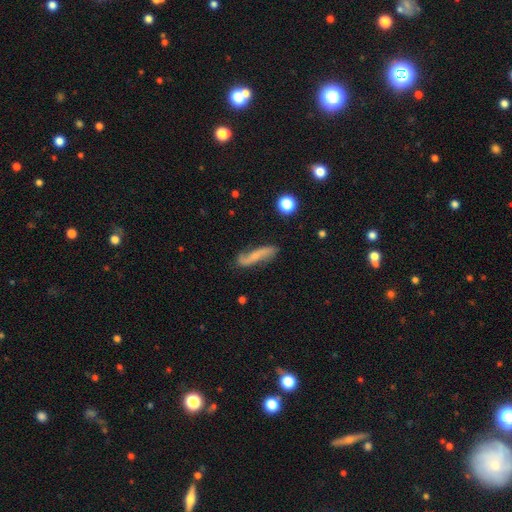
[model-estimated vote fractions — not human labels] smooth-or-featured: featured or disk: 62% | smooth: 29% | star or artifact: 8%
  disk-edge-on: no: 80% | yes: 20%
  merging: none: 72% | minor disturbance: 19% | major disturbance: 6% | merger: 3%